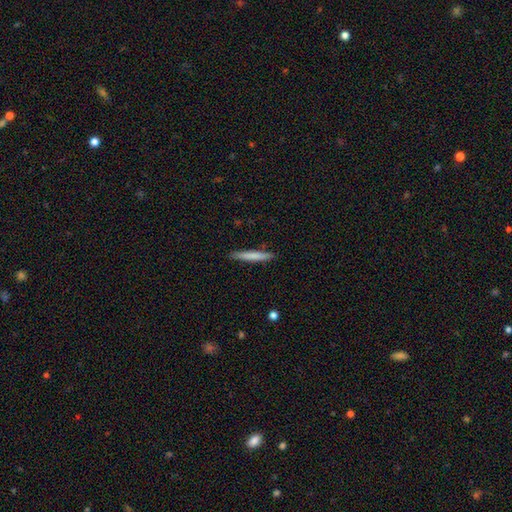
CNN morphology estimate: A smooth galaxy with no disk features (69%) that is cigar-shaped (96%). Merging: none (91%).